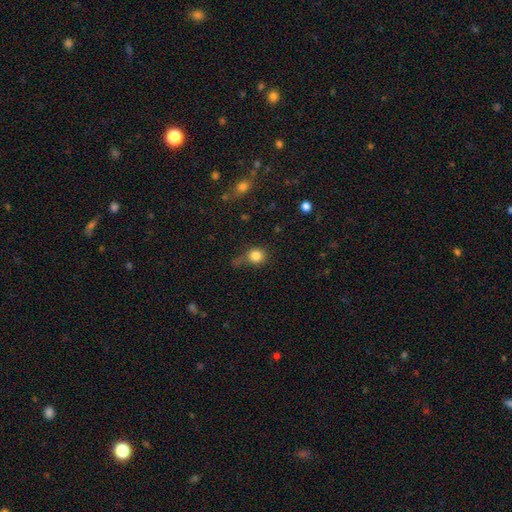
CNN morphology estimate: Q: Smooth or featured?
A: smooth (82%); runner-up: star or artifact (11%)
Q: How rounded?
A: round (86%); runner-up: in between (13%)
Q: Merging?
A: none (55%); runner-up: minor disturbance (24%)